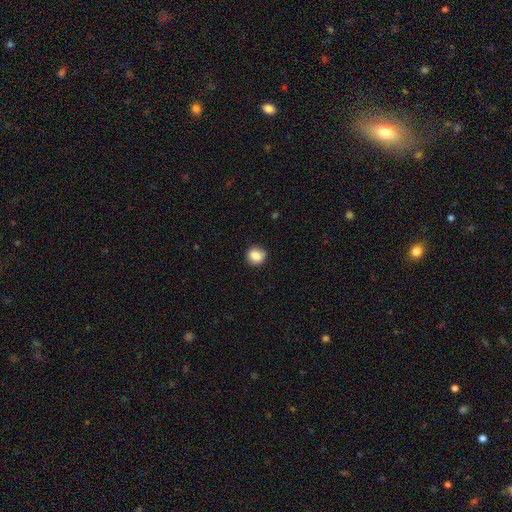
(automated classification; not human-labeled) Overall: smooth (84%). How rounded: round (84%). Merging: none (84%).